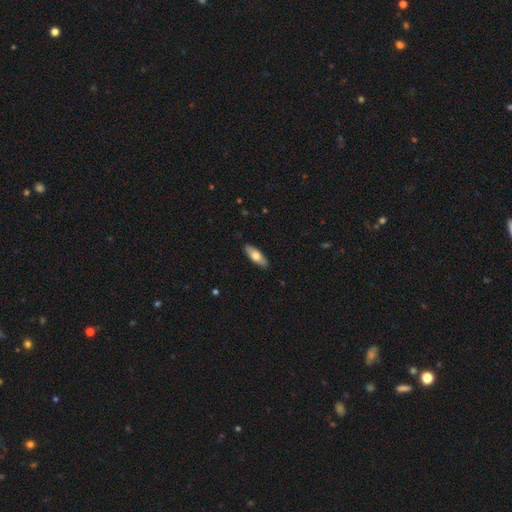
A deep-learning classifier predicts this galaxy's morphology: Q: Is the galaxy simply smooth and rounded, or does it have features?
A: smooth — 68%.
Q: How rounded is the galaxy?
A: in between — 68%.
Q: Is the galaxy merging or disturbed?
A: none — 89%.